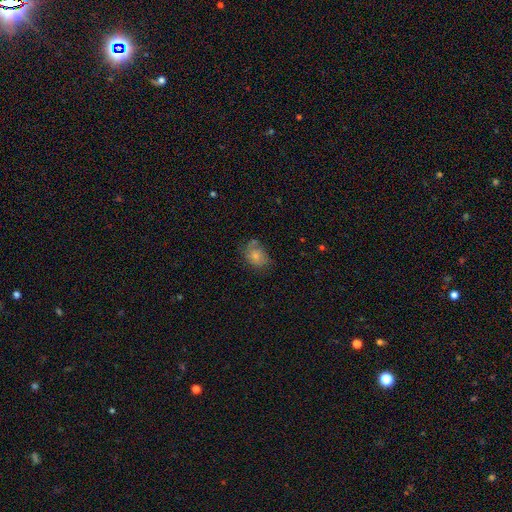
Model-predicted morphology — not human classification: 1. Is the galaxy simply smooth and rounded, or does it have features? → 66% smooth, 25% featured or disk, 10% star or artifact.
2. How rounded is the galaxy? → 71% in between, 28% round, 1% cigar-shaped.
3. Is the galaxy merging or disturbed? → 54% none, 29% minor disturbance, 12% major disturbance, 6% merger.